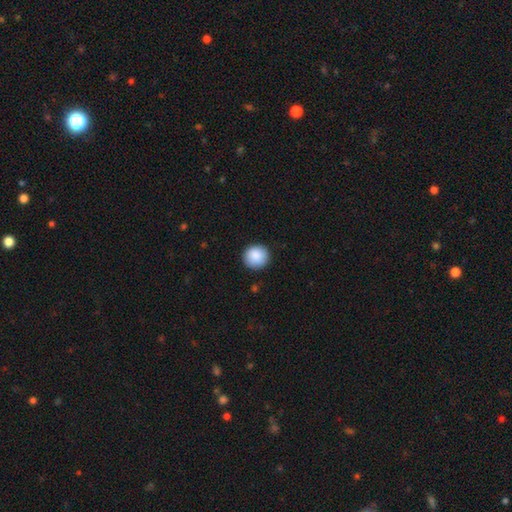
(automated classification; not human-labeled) Smooth or featured? Predicted: smooth (p=0.89). How rounded? Predicted: round (p=0.92). Merging? Predicted: none (p=0.90).